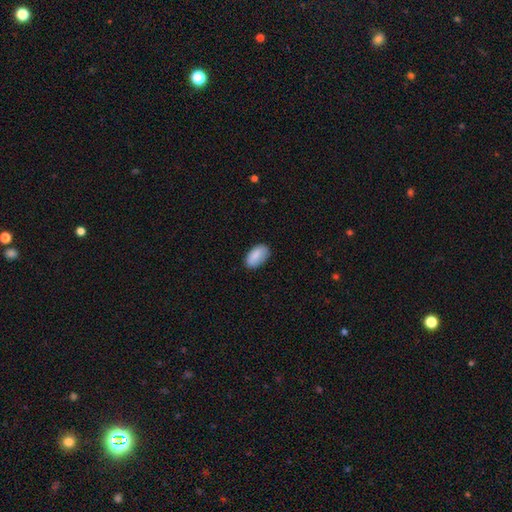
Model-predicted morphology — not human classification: This is clearly a smooth galaxy (87%). How rounded: clearly in between (95%). Merging: clearly none (83%).